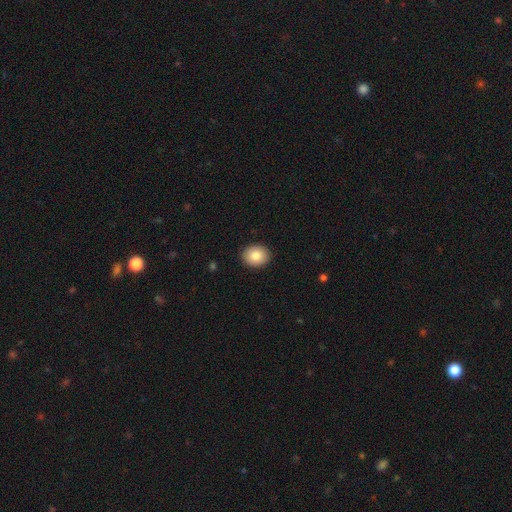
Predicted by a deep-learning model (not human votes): smooth_or_featured: smooth (p=0.83) [alt: featured or disk p=0.09]
how_rounded: round (p=0.58) [alt: in between p=0.41]
merging: none (p=0.91) [alt: minor disturbance p=0.06]